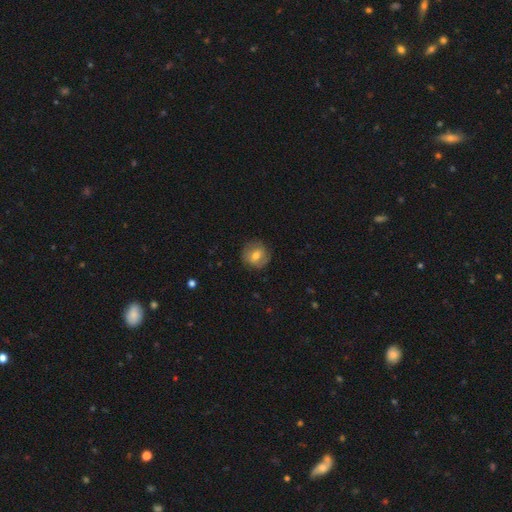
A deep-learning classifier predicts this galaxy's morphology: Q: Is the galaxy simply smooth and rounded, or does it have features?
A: smooth — 60%.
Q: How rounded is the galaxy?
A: round — 86%.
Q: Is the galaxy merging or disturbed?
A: none — 81%.